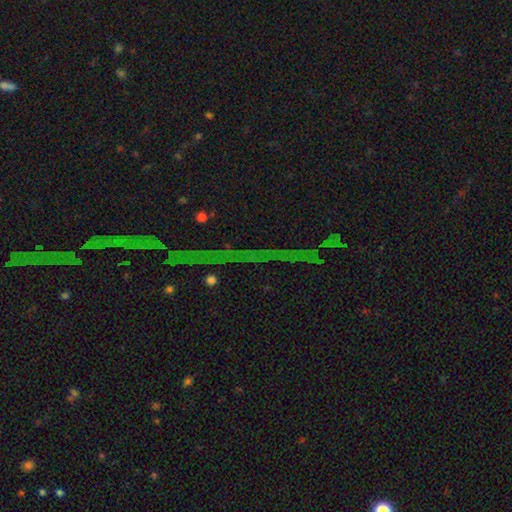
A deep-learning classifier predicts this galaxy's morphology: Smooth or featured: star or artifact — 83% (featured or disk — 9%)